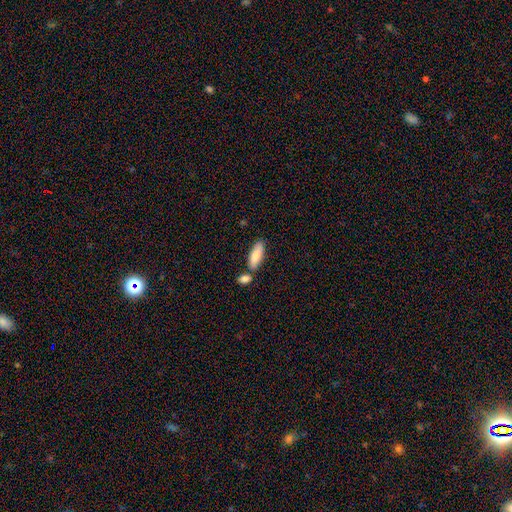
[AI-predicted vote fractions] smooth 81%, featured or disk 13%, star or artifact 6%. Down the decision tree: how rounded — in between (69%); merging — none (65%).